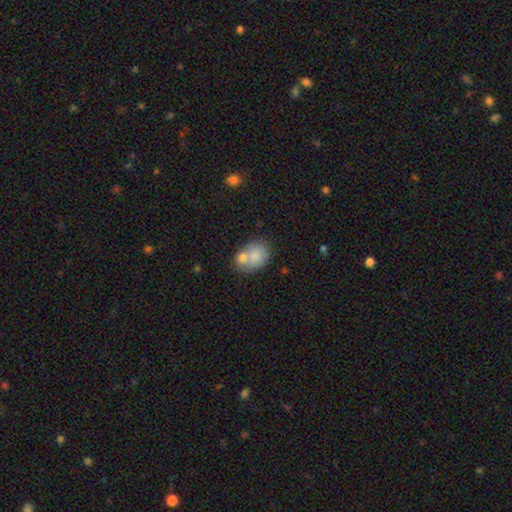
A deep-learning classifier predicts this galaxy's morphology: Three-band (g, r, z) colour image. It shows a smooth galaxy with no disk features (78%) that is in between round and cigar-shaped (56%). Merging: merger (42%).